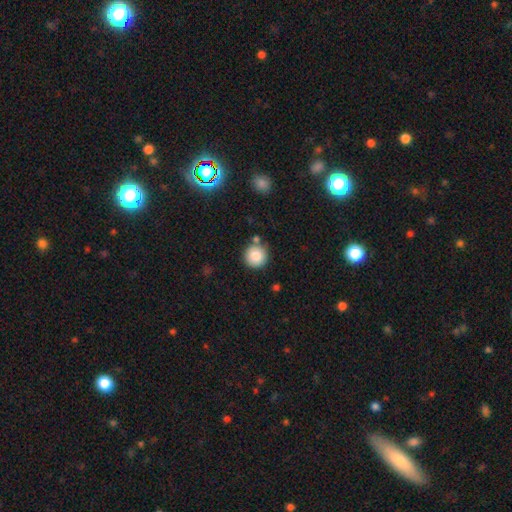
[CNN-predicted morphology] smooth_or_featured: smooth (p=0.84) [alt: star or artifact p=0.09]
how_rounded: round (p=0.94) [alt: in between p=0.05]
merging: none (p=0.78) [alt: minor disturbance p=0.11]